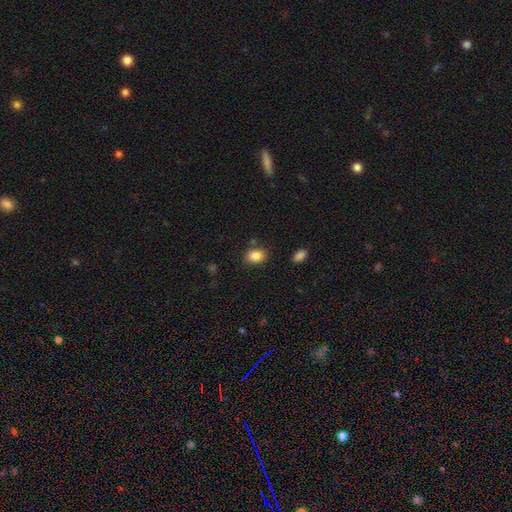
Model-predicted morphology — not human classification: smooth_or_featured: smooth (p=0.87) [alt: star or artifact p=0.09]
how_rounded: in between (p=0.72) [alt: round p=0.27]
merging: none (p=0.80) [alt: minor disturbance p=0.13]